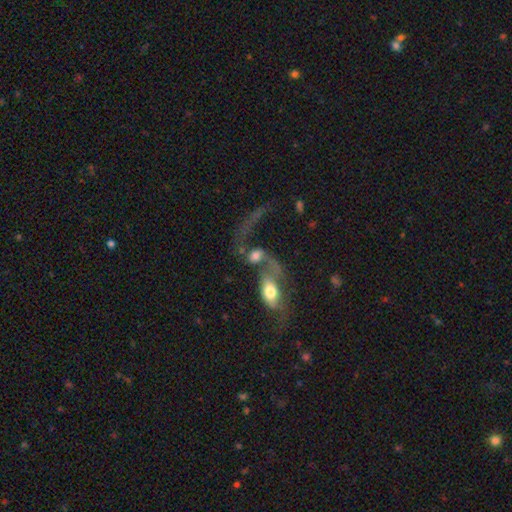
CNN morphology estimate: Smooth or featured: smooth — 44% (tied with featured or disk — 44%)
Merging: merger — 64% (major disturbance — 16%)